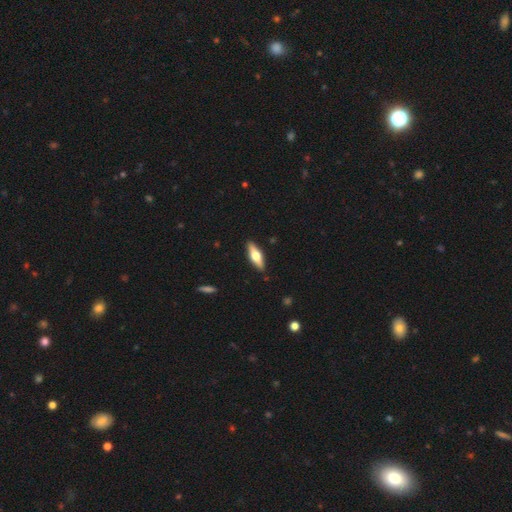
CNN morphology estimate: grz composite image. It shows a featured or disk galaxy (48%). Merging: none (89%).